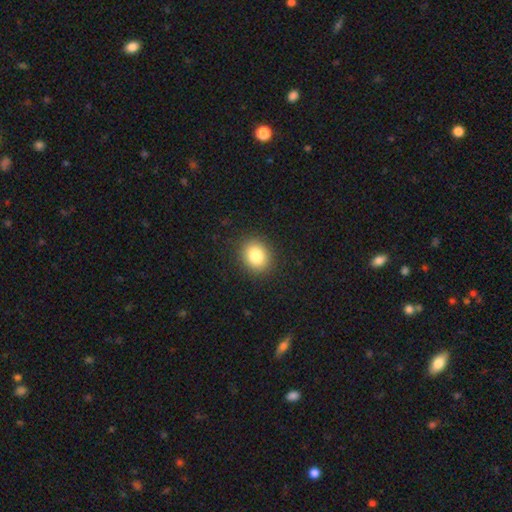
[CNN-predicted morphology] Smooth or featured?
  - smooth: 83% *
  - star or artifact: 10%
  - featured or disk: 8%
How rounded?
  - round: 66% *
  - in between: 33%
  - cigar-shaped: 1%
Merging?
  - none: 90% *
  - minor disturbance: 7%
  - major disturbance: 2%
  - merger: 1%